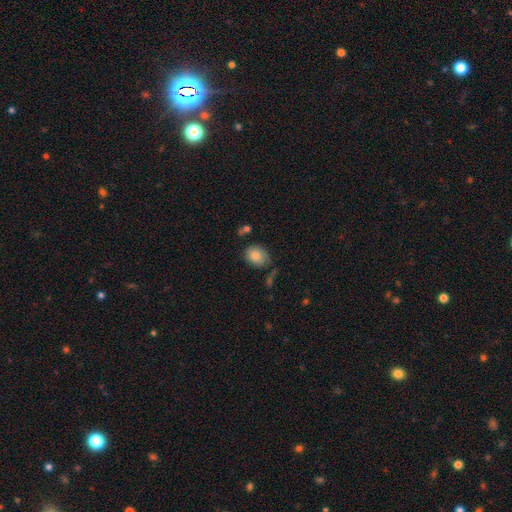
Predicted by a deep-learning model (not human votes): Smooth or featured?
  - smooth: 84% *
  - featured or disk: 8%
  - star or artifact: 8%
How rounded?
  - in between: 58% *
  - round: 41%
  - cigar-shaped: 1%
Merging?
  - none: 66% *
  - minor disturbance: 22%
  - major disturbance: 6%
  - merger: 6%